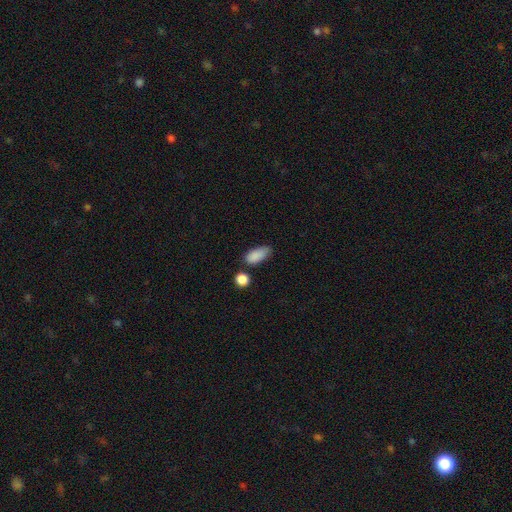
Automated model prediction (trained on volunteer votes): Q: Smooth or featured?
A: smooth (86%); runner-up: star or artifact (8%)
Q: How rounded?
A: in between (85%); runner-up: cigar-shaped (10%)
Q: Merging?
A: none (58%); runner-up: minor disturbance (28%)